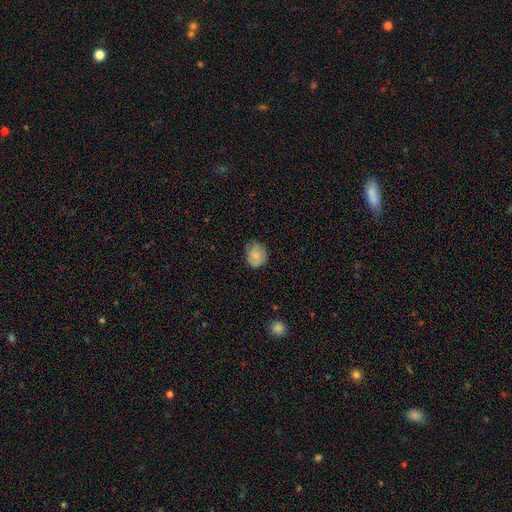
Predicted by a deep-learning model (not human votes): Smooth or featured? Predicted: smooth (p=0.80). How rounded? Predicted: round (p=0.67). Merging? Predicted: none (p=0.68).